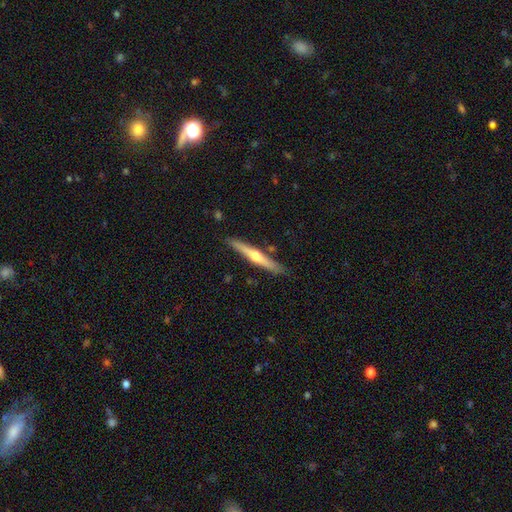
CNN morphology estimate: The model was most divided on "smooth or featured": featured or disk: 61%, smooth: 34%, star or artifact: 5%. More confident: edge-on disk — yes (97%); edge-on bulge — rounded (87%); merging — none (86%).